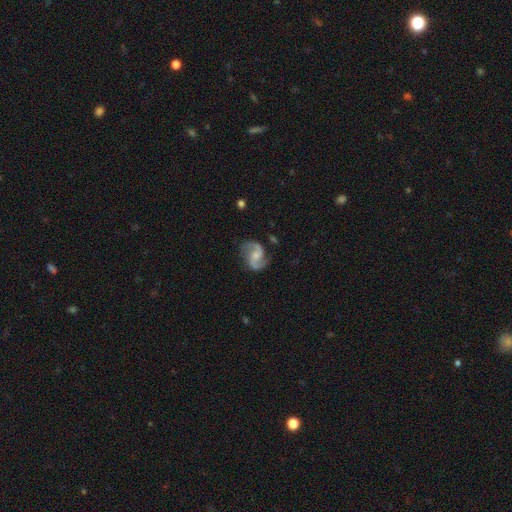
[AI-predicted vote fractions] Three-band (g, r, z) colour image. It shows a featured or disk galaxy (90%) with no bar (51%), 2 (94%) medium (54%) spiral arms (98%) and a small central bulge (44%). Merging: none (79%).